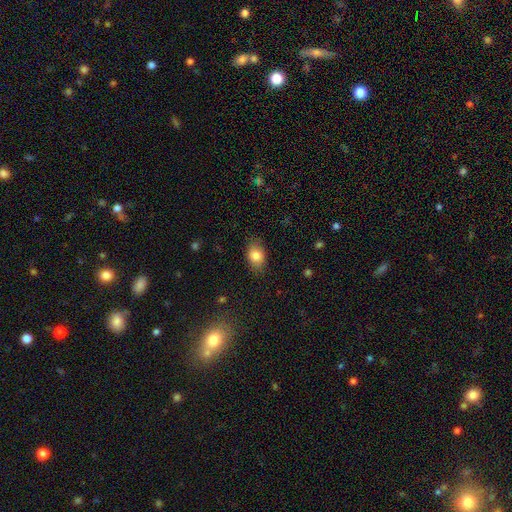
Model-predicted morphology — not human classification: Q: Smooth or featured?
A: smooth (82%); runner-up: featured or disk (9%)
Q: How rounded?
A: in between (80%); runner-up: round (18%)
Q: Merging?
A: none (82%); runner-up: minor disturbance (14%)